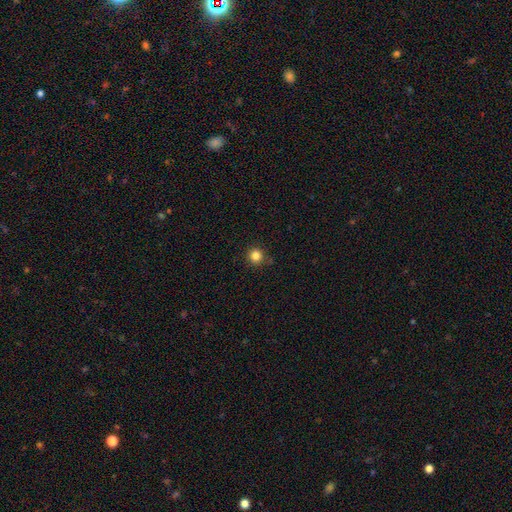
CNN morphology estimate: The model was most divided on "smooth or featured": smooth: 83%, star or artifact: 13%, featured or disk: 4%. More confident: how rounded — round (94%); merging — none (88%).